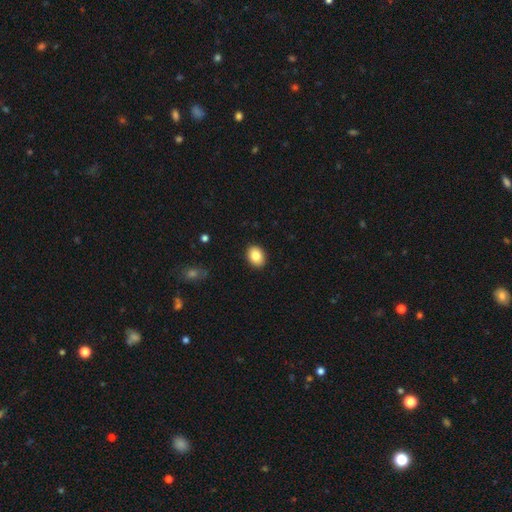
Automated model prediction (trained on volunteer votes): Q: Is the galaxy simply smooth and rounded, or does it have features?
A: smooth — 84%.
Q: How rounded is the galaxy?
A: in between — 70%.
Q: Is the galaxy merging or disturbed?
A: none — 90%.